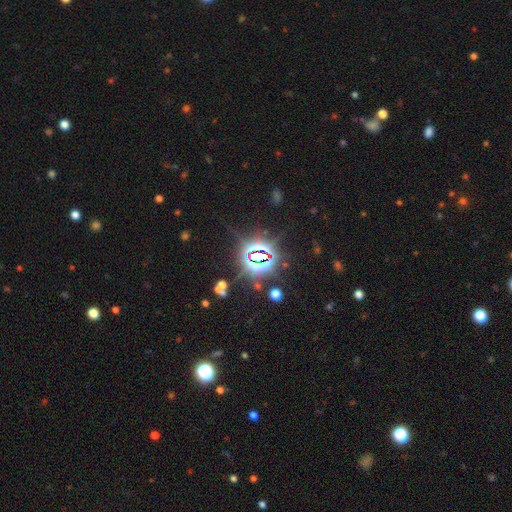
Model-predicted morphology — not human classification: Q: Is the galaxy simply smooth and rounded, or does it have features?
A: star or artifact — 82%.